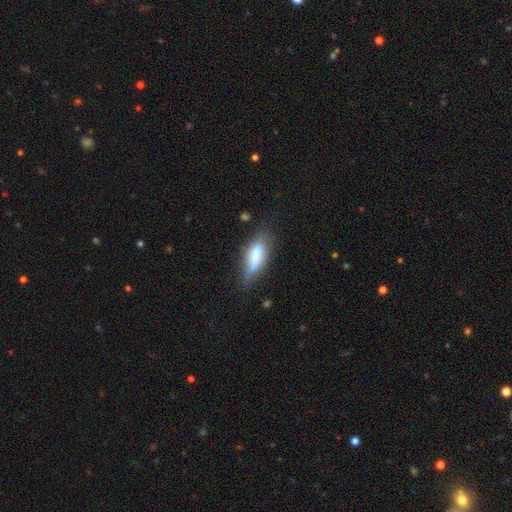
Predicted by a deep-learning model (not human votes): The model was most divided on "how rounded": in between: 57%, cigar-shaped: 41%, round: 2%. More confident: smooth or featured — smooth (64%); merging — none (50%).